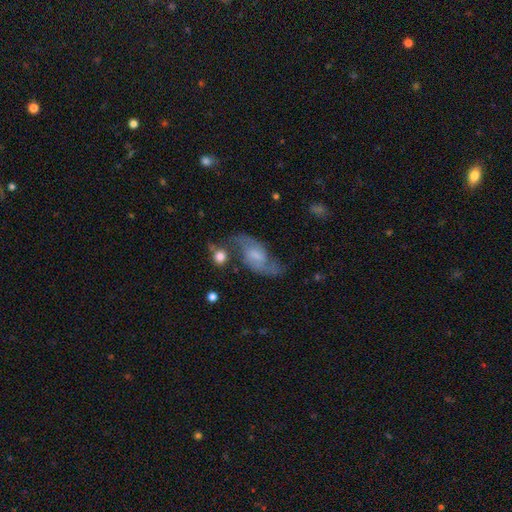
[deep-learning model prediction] smooth_or_featured: featured or disk (p=0.78) [alt: smooth p=0.15]
disk_edge_on: no (p=0.95) [alt: yes p=0.05]
bar: weak (p=0.50) [alt: no p=0.36]
has_spiral_arms: yes (p=0.93) [alt: no p=0.07]
spiral_winding: loose (p=0.49) [alt: medium p=0.40]
spiral_arm_count: 2 (p=0.90) [alt: can't tell p=0.05]
bulge_size: moderate (p=0.35) [alt: small p=0.34]
merging: none (p=0.62) [alt: minor disturbance p=0.19]